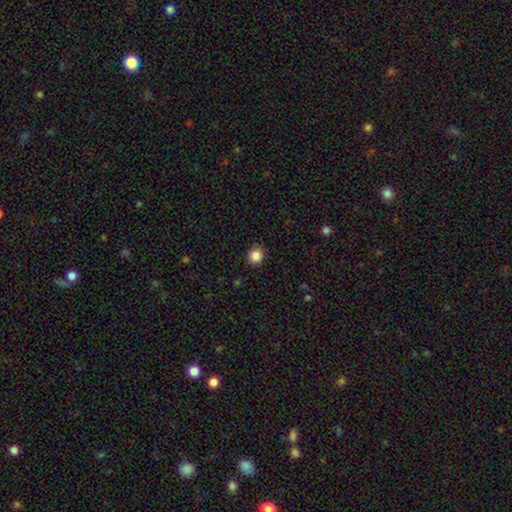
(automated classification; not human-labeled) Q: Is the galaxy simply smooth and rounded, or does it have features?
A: smooth — 86%.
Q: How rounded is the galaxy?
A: round — 85%.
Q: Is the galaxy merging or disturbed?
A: none — 91%.